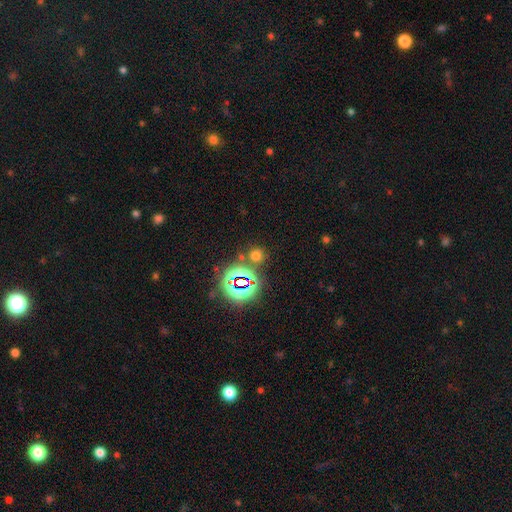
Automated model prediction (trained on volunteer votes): smooth 55%, star or artifact 39%, featured or disk 6%. Down the decision tree: how rounded — round (84%); merging — none (76%).